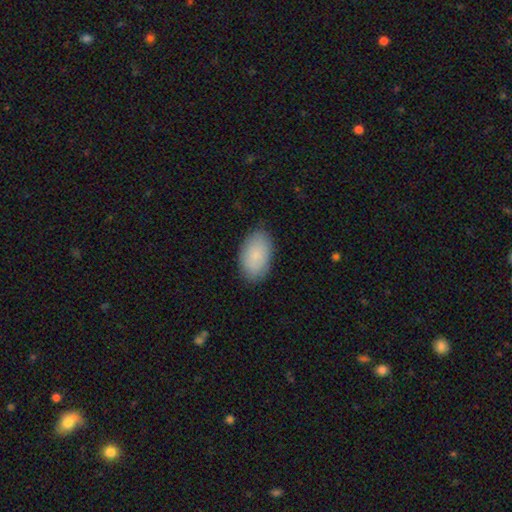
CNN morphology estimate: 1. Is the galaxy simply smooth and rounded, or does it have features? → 84% smooth, 9% featured or disk, 6% star or artifact.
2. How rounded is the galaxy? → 93% in between, 5% round, 1% cigar-shaped.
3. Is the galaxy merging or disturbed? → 85% none, 12% minor disturbance, 3% major disturbance, 1% merger.